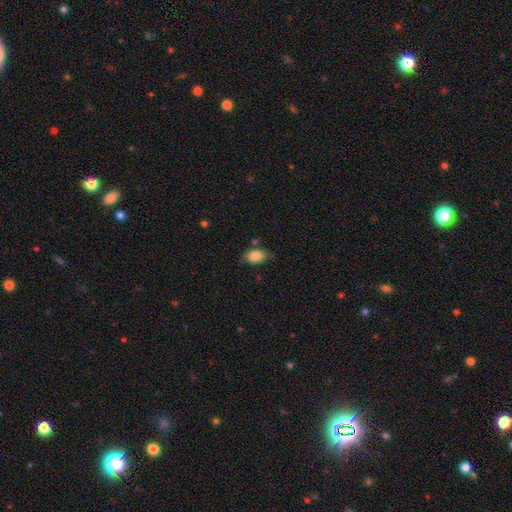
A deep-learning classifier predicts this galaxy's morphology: Smooth or featured? smooth (82%)
How rounded? in between (86%)
Merging? none (73%)